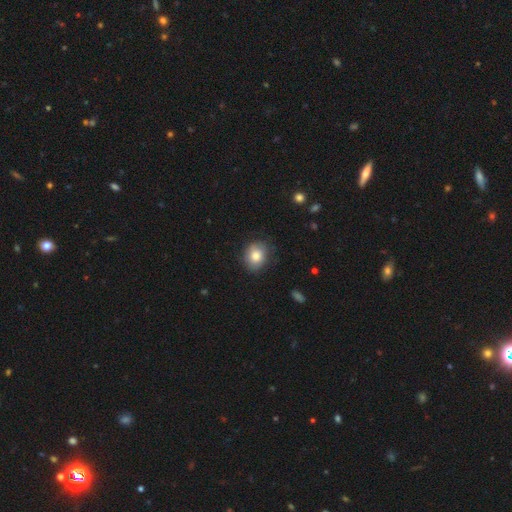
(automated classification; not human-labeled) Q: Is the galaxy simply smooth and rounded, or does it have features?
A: smooth — 81%.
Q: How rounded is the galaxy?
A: round — 61%.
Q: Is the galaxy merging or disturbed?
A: none — 81%.